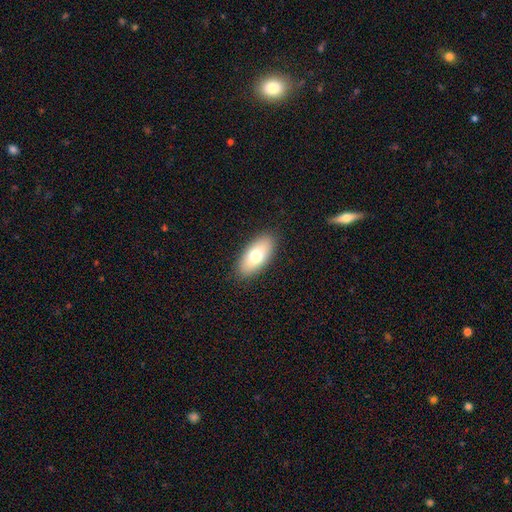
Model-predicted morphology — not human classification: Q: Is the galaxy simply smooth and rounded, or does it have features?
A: smooth — 72%.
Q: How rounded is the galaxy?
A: in between — 89%.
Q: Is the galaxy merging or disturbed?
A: none — 88%.